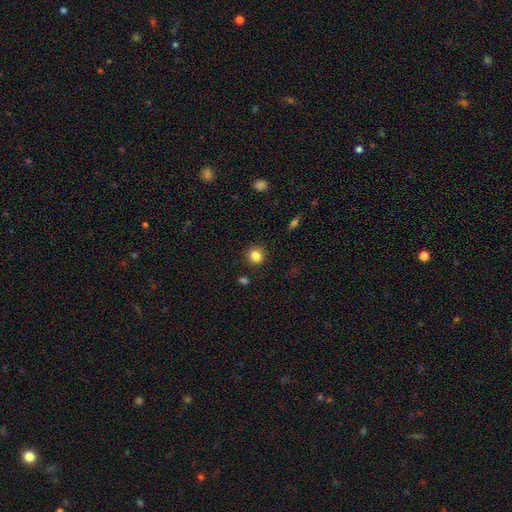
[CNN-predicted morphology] Smooth or featured? smooth (85%)
How rounded? round (77%)
Merging? none (88%)